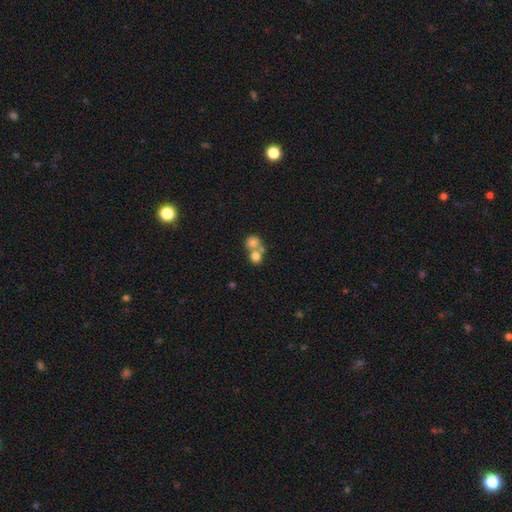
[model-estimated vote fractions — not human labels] A smooth galaxy with no disk features (75%) that is round (82%).

Vote fractions:
- Smooth or featured? smooth: 75% / featured or disk: 14% / star or artifact: 12%
- How rounded? round: 82% / in between: 17% / cigar-shaped: 1%
- Merging? merger: 57% / none: 35% / minor disturbance: 5% / major disturbance: 3%